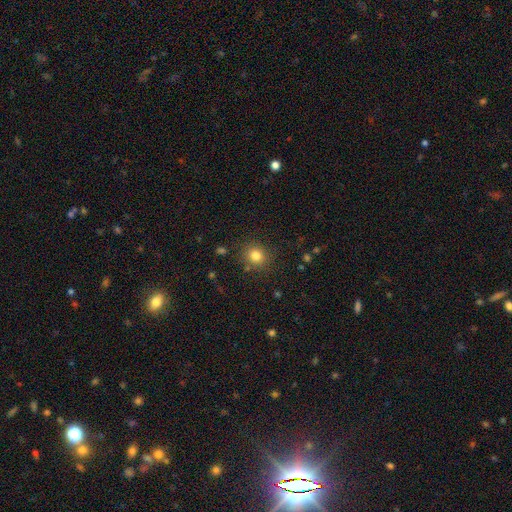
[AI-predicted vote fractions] smooth-or-featured: smooth: 81% | star or artifact: 12% | featured or disk: 6%
  how-rounded: round: 83% | in between: 16% | cigar-shaped: 1%
  merging: none: 85% | minor disturbance: 9% | major disturbance: 3% | merger: 2%